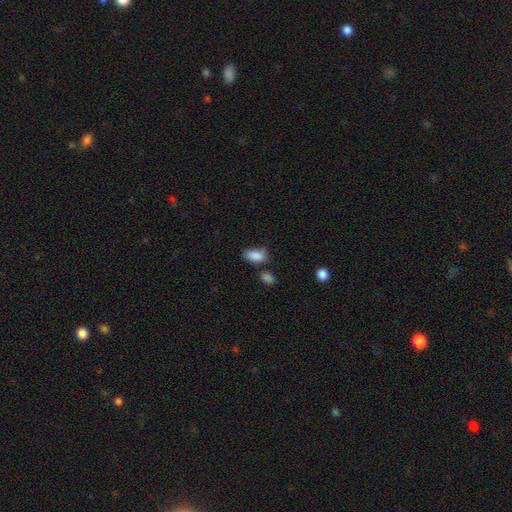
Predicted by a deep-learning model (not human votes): Smooth or featured: smooth — 87% (star or artifact — 8%)
How rounded: in between — 91% (round — 6%)
Merging: none — 60% (minor disturbance — 25%)